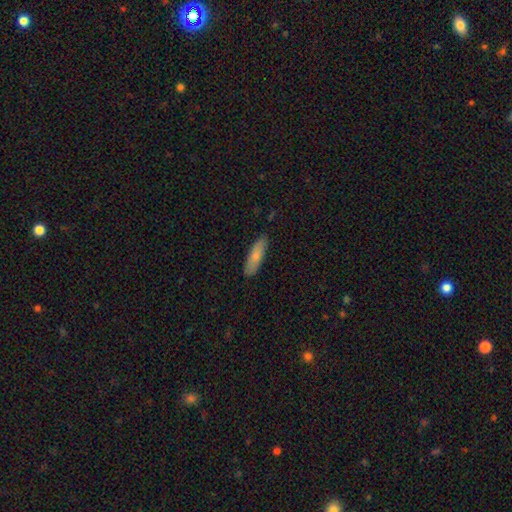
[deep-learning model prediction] Smooth or featured?
  - smooth: 76% *
  - featured or disk: 18%
  - star or artifact: 6%
How rounded?
  - cigar-shaped: 56% *
  - in between: 42%
  - round: 2%
Merging?
  - none: 86% *
  - minor disturbance: 11%
  - major disturbance: 2%
  - merger: 1%